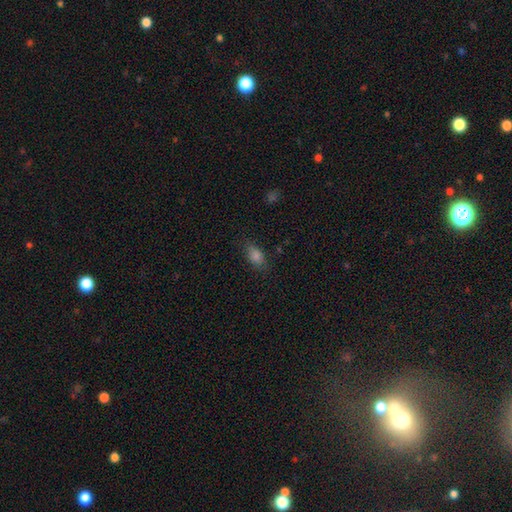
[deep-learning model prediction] smooth_or_featured: smooth (p=0.78) [alt: star or artifact p=0.14]
how_rounded: in between (p=0.81) [alt: round p=0.12]
merging: none (p=0.80) [alt: minor disturbance p=0.15]